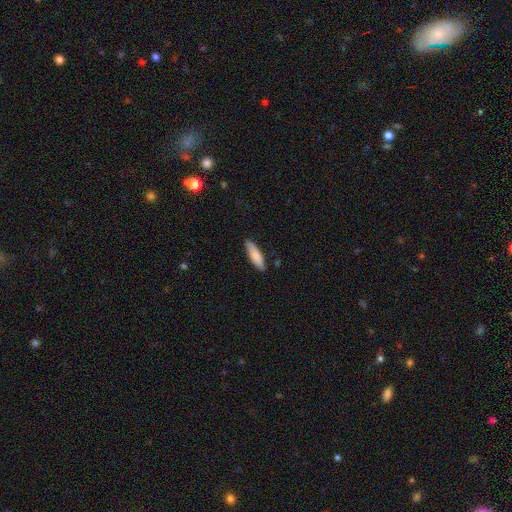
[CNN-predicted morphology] Overall: smooth (82%). How rounded: cigar-shaped (60%; in between 38%). Merging: none (86%).